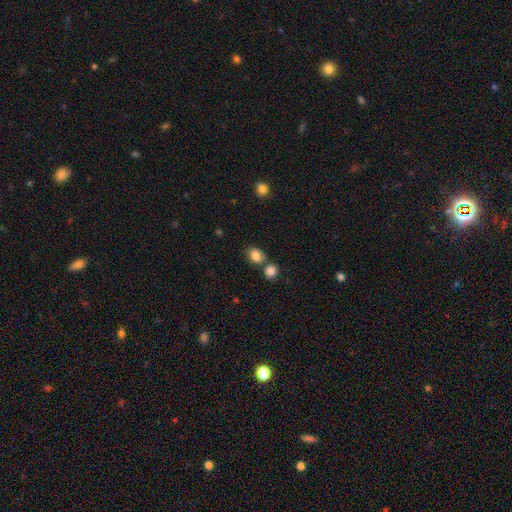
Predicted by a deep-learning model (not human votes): Morphology: type=smooth (83%); roundness=in between (62%); merging=none (58%).